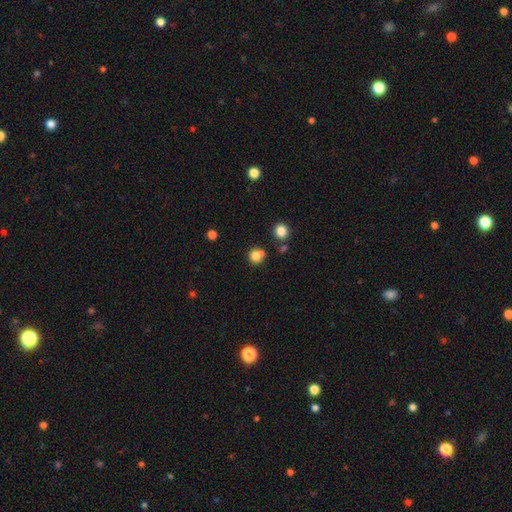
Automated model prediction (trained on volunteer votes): This is likely a smooth galaxy (78%). How rounded: clearly round (89%). Merging: likely none (60%).